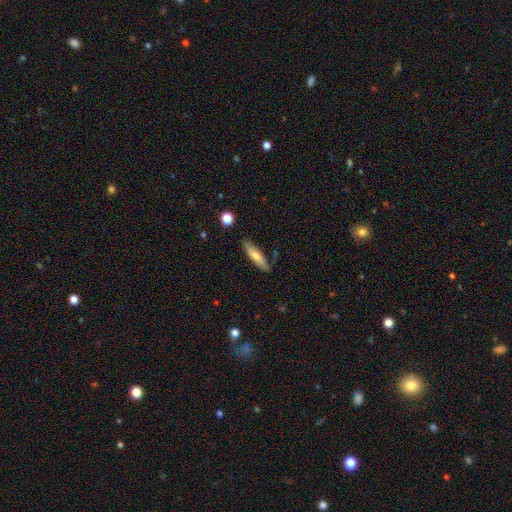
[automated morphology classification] smooth-or-featured: smooth: 68% | featured or disk: 26% | star or artifact: 6%
  how-rounded: cigar-shaped: 74% | in between: 24% | round: 2%
  merging: none: 83% | minor disturbance: 13% | major disturbance: 2% | merger: 2%